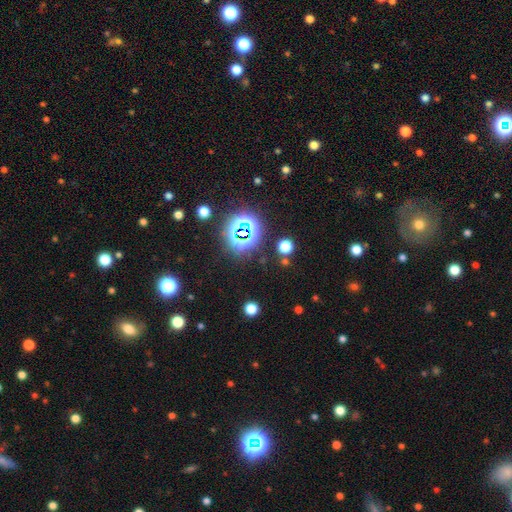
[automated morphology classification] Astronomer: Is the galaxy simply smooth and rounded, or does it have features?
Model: star or artifact — 79%.